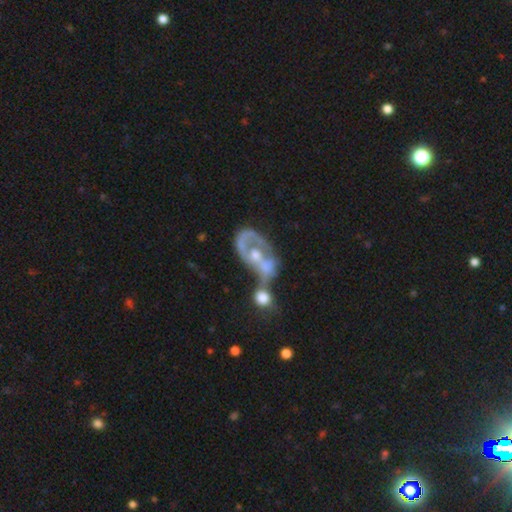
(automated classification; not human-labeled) smooth_or_featured: featured or disk (p=0.72) [alt: smooth p=0.19]
disk_edge_on: no (p=0.96) [alt: yes p=0.04]
bar: no (p=0.70) [alt: weak p=0.22]
has_spiral_arms: yes (p=0.55) [alt: no p=0.45]
bulge_size: moderate (p=0.61) [alt: small p=0.25]
merging: merger (p=0.60) [alt: major disturbance p=0.18]